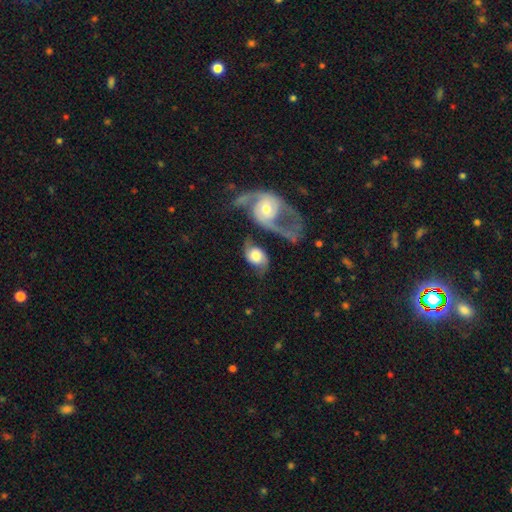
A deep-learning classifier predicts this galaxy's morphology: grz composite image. It shows a featured or disk galaxy (64%) with no bar (67%), 2 (86%) loose (48%) spiral arms (88%) and a moderate central bulge (40%). Merging: merger (35%).